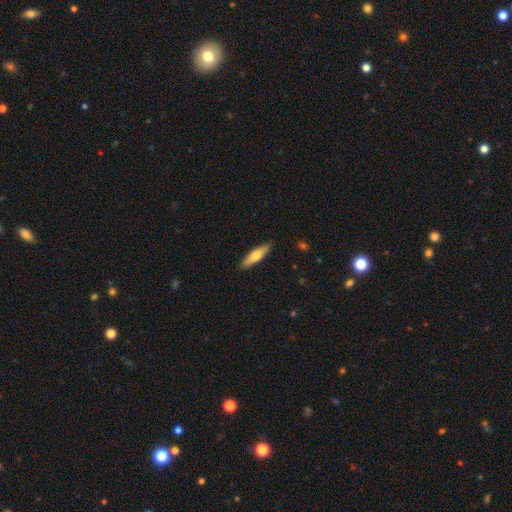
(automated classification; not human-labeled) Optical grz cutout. It shows a smooth galaxy with no disk features (62%) that is cigar-shaped (67%). Merging: none (89%).